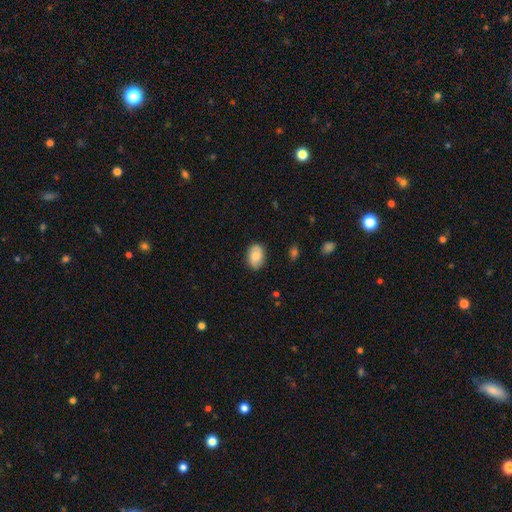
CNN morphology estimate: This appears to be a smooth galaxy with no disk features (74%) that is in between round and cigar-shaped (84%). Merging: none (81%).